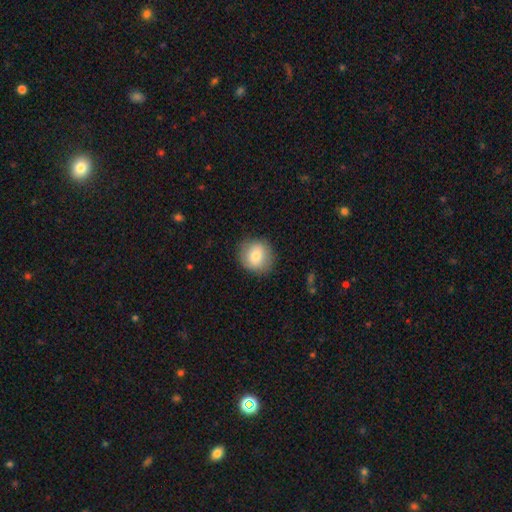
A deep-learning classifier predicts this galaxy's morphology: Overall: smooth (79%). How rounded: round (85%). Merging: none (85%).